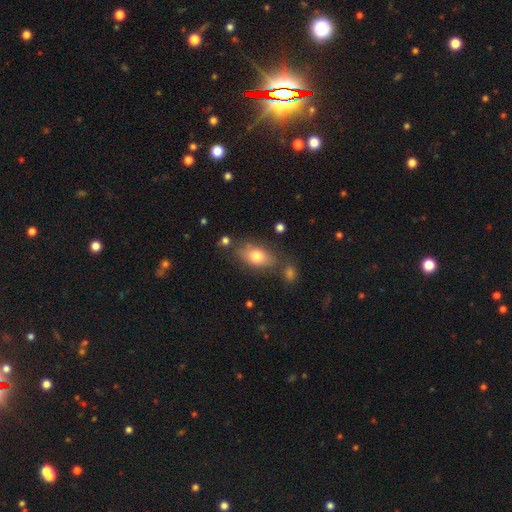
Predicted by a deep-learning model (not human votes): Q: Smooth or featured?
A: smooth (77%); runner-up: featured or disk (15%)
Q: How rounded?
A: in between (86%); runner-up: round (10%)
Q: Merging?
A: none (68%); runner-up: minor disturbance (17%)